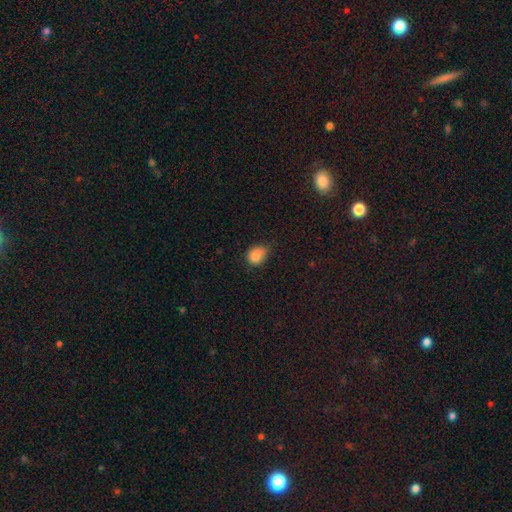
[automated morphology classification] Smooth or featured? Predicted: smooth (p=0.84). How rounded? Predicted: round (p=0.59). Merging? Predicted: none (p=0.53).